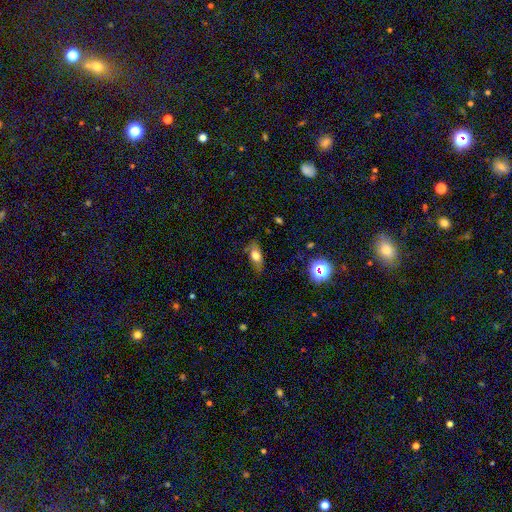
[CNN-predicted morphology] Smooth or featured? Predicted: smooth (p=0.69). How rounded? Predicted: in between (p=0.80). Merging? Predicted: none (p=0.69).